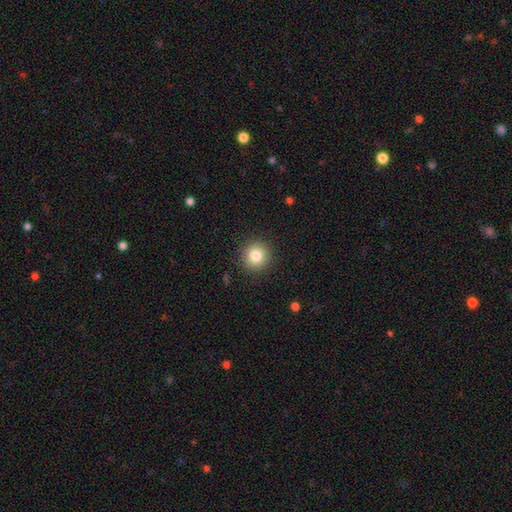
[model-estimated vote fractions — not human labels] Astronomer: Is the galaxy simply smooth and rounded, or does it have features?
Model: smooth — 82%.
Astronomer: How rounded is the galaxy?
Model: round — 93%.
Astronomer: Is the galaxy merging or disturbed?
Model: none — 91%.